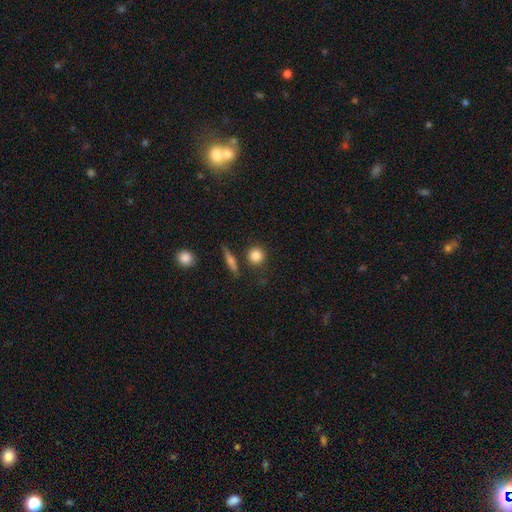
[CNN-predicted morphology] smooth-or-featured: smooth: 84% | star or artifact: 9% | featured or disk: 7%
  how-rounded: round: 90% | in between: 8% | cigar-shaped: 2%
  merging: none: 82% | minor disturbance: 9% | merger: 6% | major disturbance: 3%